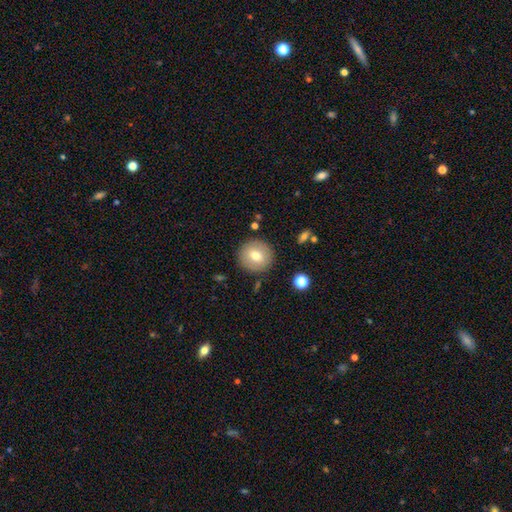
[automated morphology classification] smooth 73%, featured or disk 19%, star or artifact 8%. Down the decision tree: how rounded — round (92%); merging — none (88%).